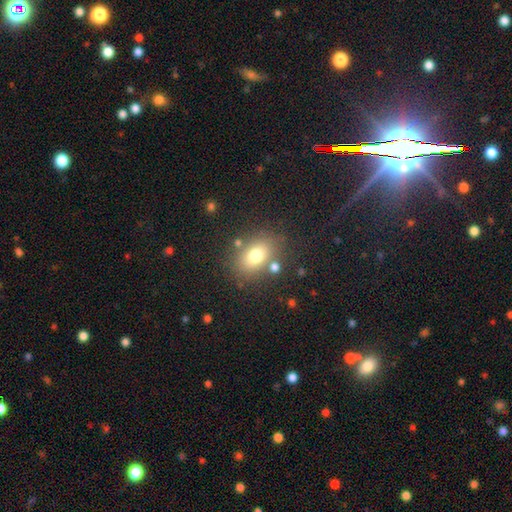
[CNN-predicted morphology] type=smooth (74%); roundness=in between (72%); merging=none (74%).